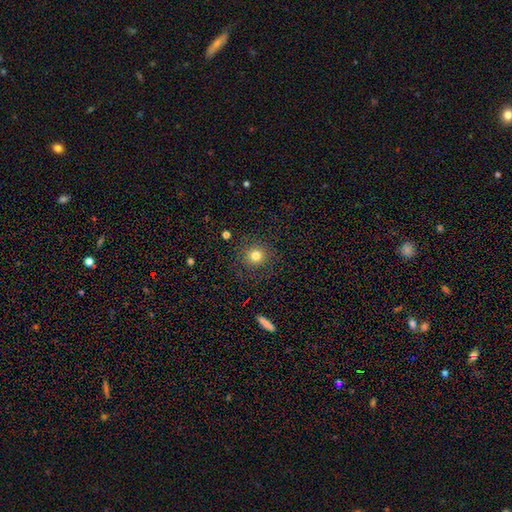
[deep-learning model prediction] A smooth galaxy with no disk features (78%) that is round (93%).

Vote fractions:
- Smooth or featured? smooth: 78% / star or artifact: 14% / featured or disk: 8%
- How rounded? round: 93% / in between: 6% / cigar-shaped: 1%
- Merging? none: 88% / minor disturbance: 8% / major disturbance: 4% / merger: 1%